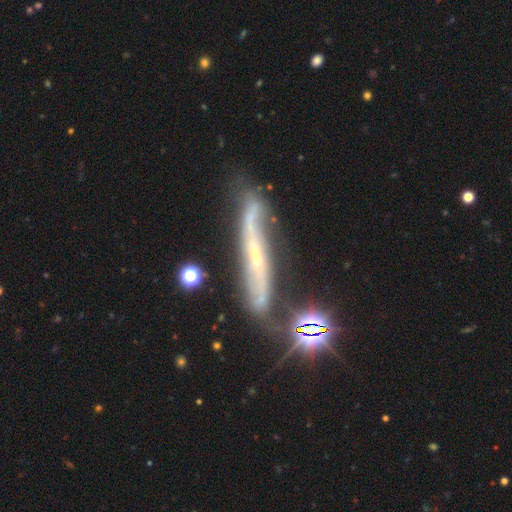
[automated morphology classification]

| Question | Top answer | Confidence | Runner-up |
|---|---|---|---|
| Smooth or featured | featured or disk | 78% | smooth (12%) |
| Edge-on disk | no | 50% | tied: yes (50%) |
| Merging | none | 64% | minor disturbance (22%) |